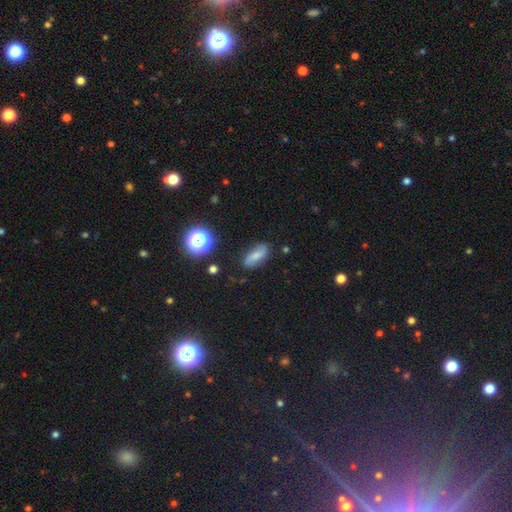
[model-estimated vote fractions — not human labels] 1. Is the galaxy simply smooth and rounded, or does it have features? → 59% smooth, 28% featured or disk, 12% star or artifact.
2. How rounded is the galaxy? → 77% in between, 16% cigar-shaped, 7% round.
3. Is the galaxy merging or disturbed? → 77% none, 16% minor disturbance, 4% major disturbance, 2% merger.